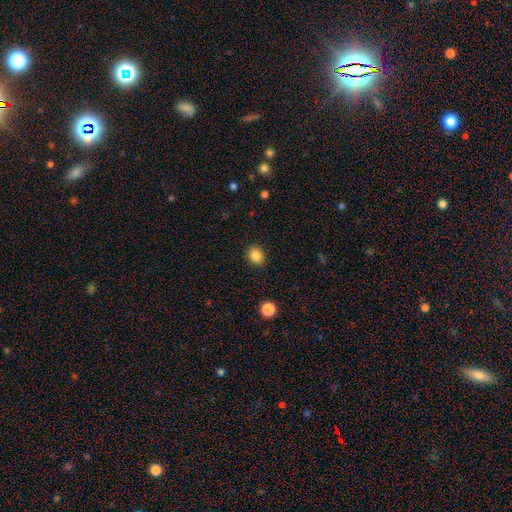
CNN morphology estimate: A smooth galaxy with no disk features (85%) that is round (58%).

Vote fractions:
- Smooth or featured? smooth: 85% / star or artifact: 10% / featured or disk: 5%
- How rounded? round: 58% / in between: 41% / cigar-shaped: 1%
- Merging? none: 89% / minor disturbance: 7% / major disturbance: 2% / merger: 1%